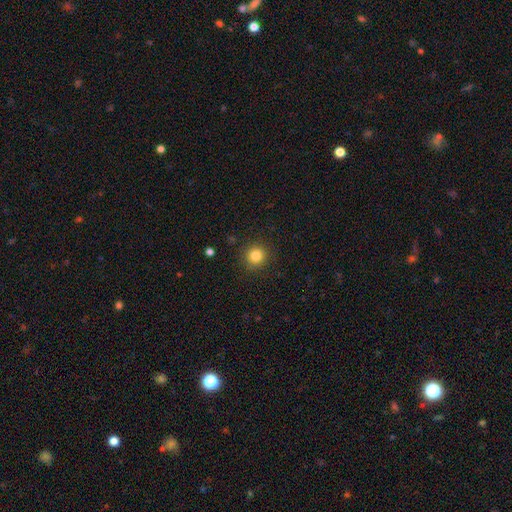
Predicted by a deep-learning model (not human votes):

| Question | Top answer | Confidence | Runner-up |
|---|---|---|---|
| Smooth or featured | smooth | 83% | star or artifact (12%) |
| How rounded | round | 92% | in between (7%) |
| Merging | none | 90% | minor disturbance (6%) |